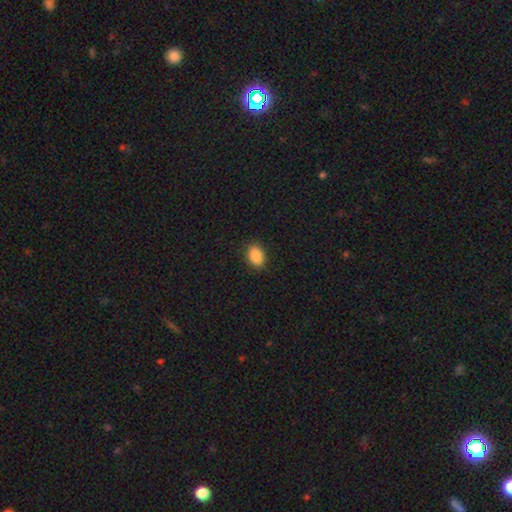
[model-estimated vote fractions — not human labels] The model was most divided on "how rounded": in between: 82%, round: 17%, cigar-shaped: 1%. More confident: smooth or featured — smooth (89%); merging — none (88%).